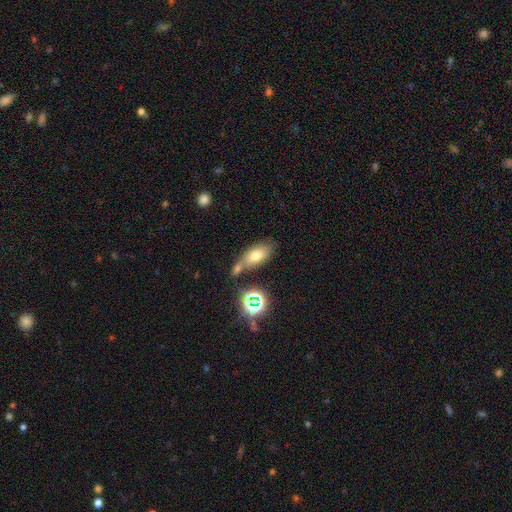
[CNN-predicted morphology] Smooth or featured?
  - smooth: 68% *
  - featured or disk: 17%
  - star or artifact: 16%
How rounded?
  - in between: 85% *
  - cigar-shaped: 8%
  - round: 7%
Merging?
  - none: 57% *
  - merger: 24%
  - minor disturbance: 14%
  - major disturbance: 5%